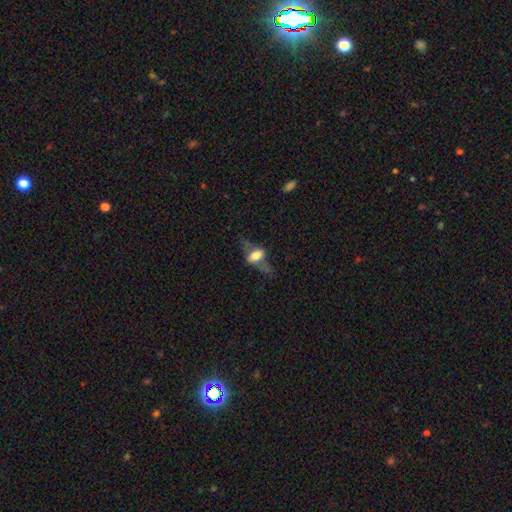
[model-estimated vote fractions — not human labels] Overall: featured or disk (51%; smooth 39%). Edge-on disk: yes (59%; no 41%). Merging: none (46%; major disturbance 30%).